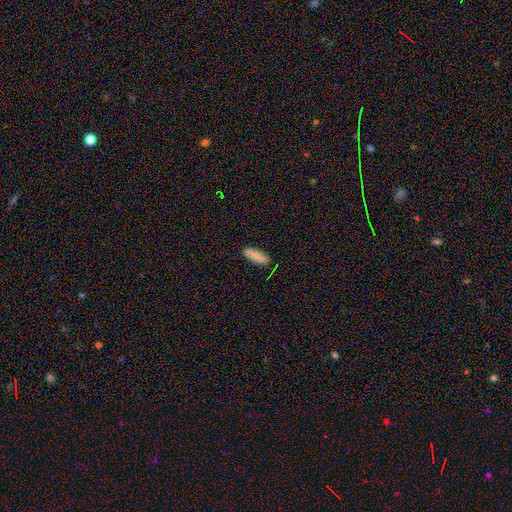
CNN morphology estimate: Smooth or featured? smooth (82%)
How rounded? in between (58%)
Merging? none (83%)